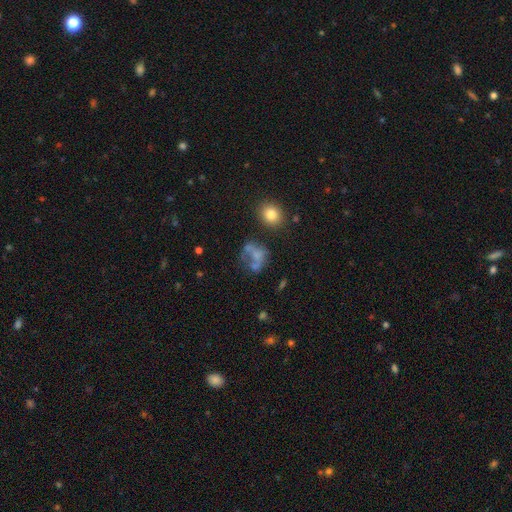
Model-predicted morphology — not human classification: A smooth galaxy with no disk features (45%).

Vote fractions:
- Smooth or featured? smooth: 45% / featured or disk: 38% / star or artifact: 17%
- Merging? none: 34% / major disturbance: 27% / merger: 22% / minor disturbance: 17%